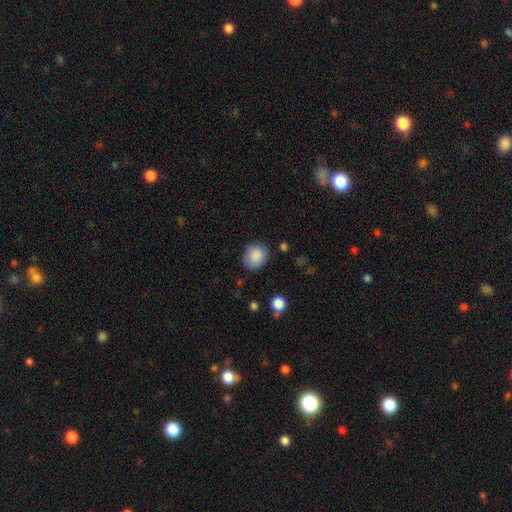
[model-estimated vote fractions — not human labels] The model was most divided on "how rounded": round: 75%, in between: 24%, cigar-shaped: 1%. More confident: smooth or featured — smooth (88%); merging — none (81%).